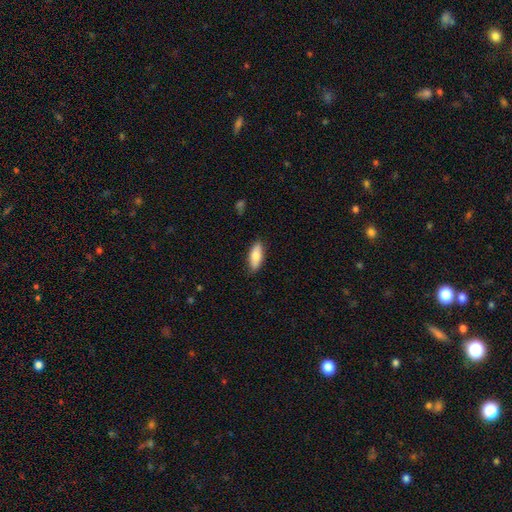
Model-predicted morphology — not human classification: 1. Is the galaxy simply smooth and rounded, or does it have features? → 78% smooth, 16% featured or disk, 6% star or artifact.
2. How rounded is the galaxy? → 73% in between, 24% cigar-shaped, 2% round.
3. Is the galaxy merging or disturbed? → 87% none, 10% minor disturbance, 2% major disturbance, 1% merger.